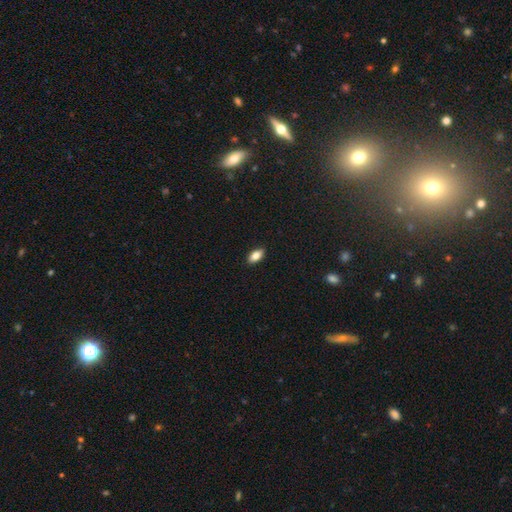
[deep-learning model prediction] A smooth galaxy with no disk features (82%) that is in between round and cigar-shaped (90%). Merging: none (90%).